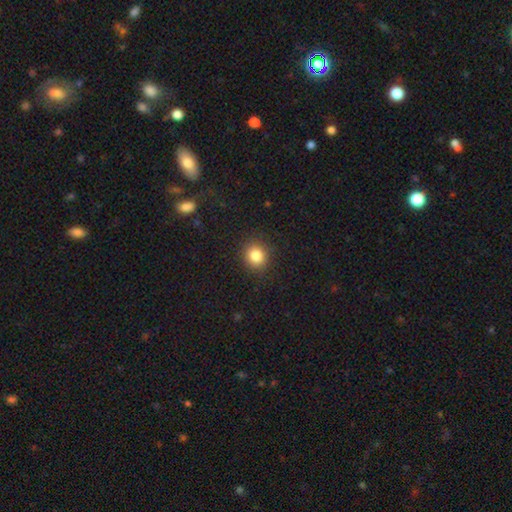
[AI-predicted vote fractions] Q: Smooth or featured?
A: smooth (84%); runner-up: star or artifact (11%)
Q: How rounded?
A: round (82%); runner-up: in between (17%)
Q: Merging?
A: none (89%); runner-up: minor disturbance (8%)